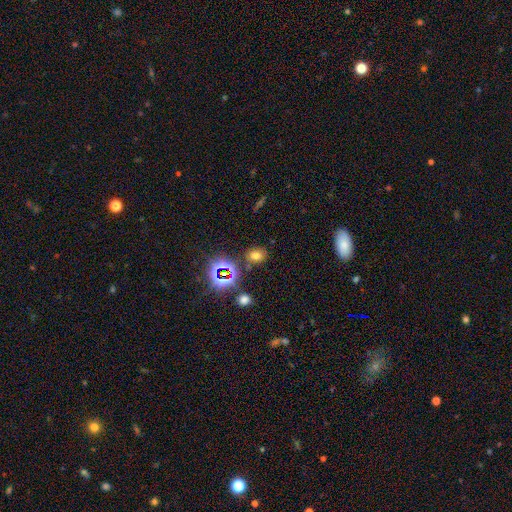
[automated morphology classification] Smooth or featured? Predicted: smooth (p=0.62). How rounded? Predicted: in between (p=0.54). Merging? Predicted: none (p=0.79).